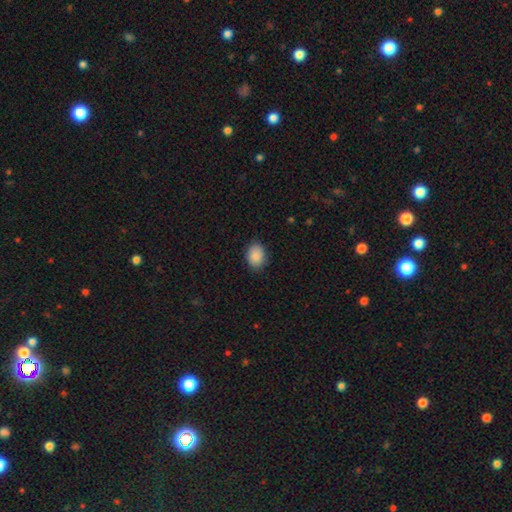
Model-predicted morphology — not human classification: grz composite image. It shows a smooth galaxy with no disk features (89%) that is in between round and cigar-shaped (70%). Merging: none (85%).